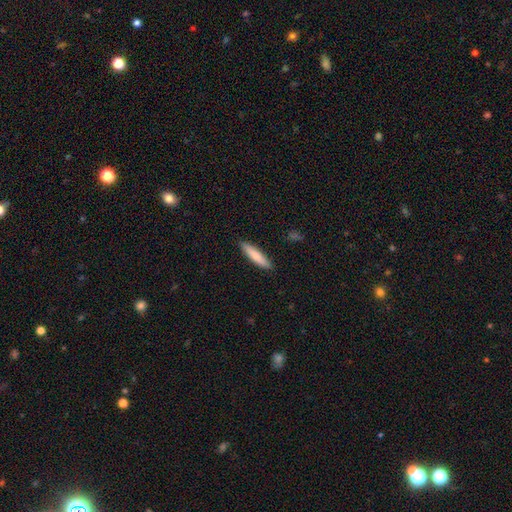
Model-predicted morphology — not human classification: Smooth or featured? smooth (80%)
How rounded? cigar-shaped (84%)
Merging? none (89%)